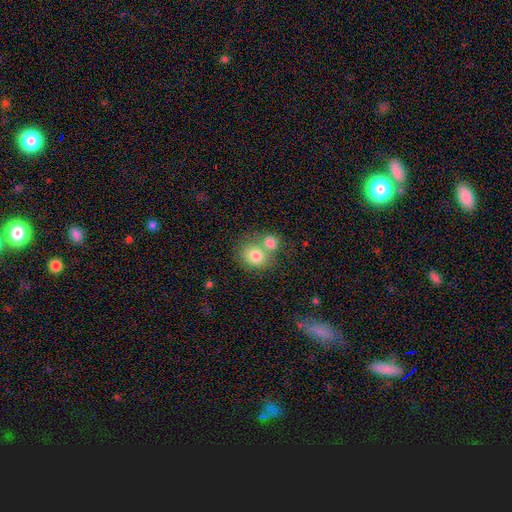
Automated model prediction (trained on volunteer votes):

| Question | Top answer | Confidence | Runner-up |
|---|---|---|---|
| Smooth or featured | smooth | 78% | featured or disk (13%) |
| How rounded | round | 73% | in between (26%) |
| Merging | merger | 48% | none (39%) |